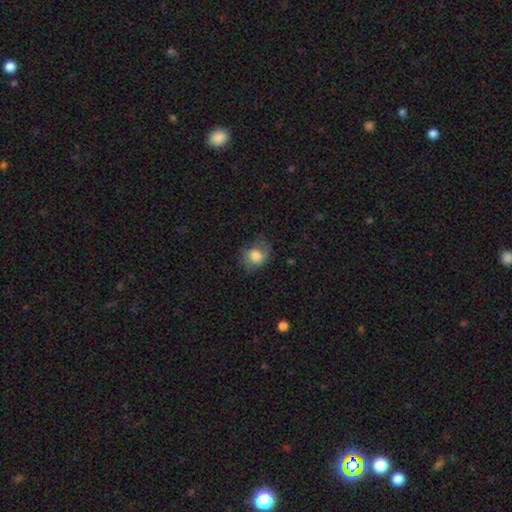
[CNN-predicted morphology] The model was most divided on "how rounded": round: 62%, in between: 37%, cigar-shaped: 1%. More confident: smooth or featured — smooth (71%); merging — none (59%).